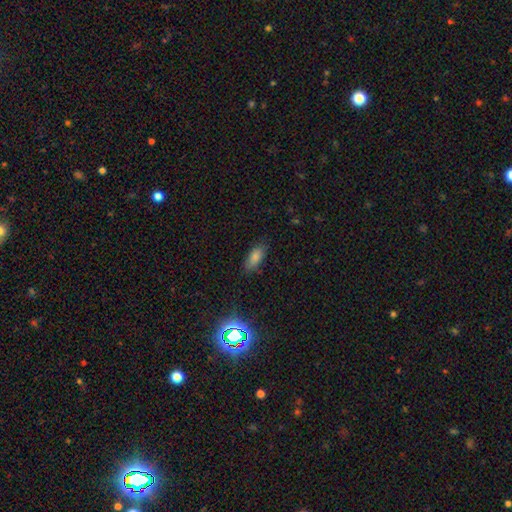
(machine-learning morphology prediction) Smooth or featured? smooth (80%)
How rounded? in between (83%)
Merging? none (79%)